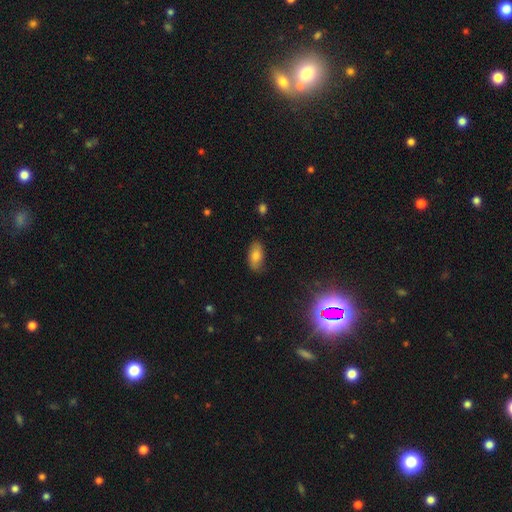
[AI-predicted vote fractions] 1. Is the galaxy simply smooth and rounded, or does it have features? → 76% smooth, 14% featured or disk, 10% star or artifact.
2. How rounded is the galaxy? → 92% in between, 4% round, 4% cigar-shaped.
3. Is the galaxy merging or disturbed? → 81% none, 15% minor disturbance, 3% major disturbance, 1% merger.